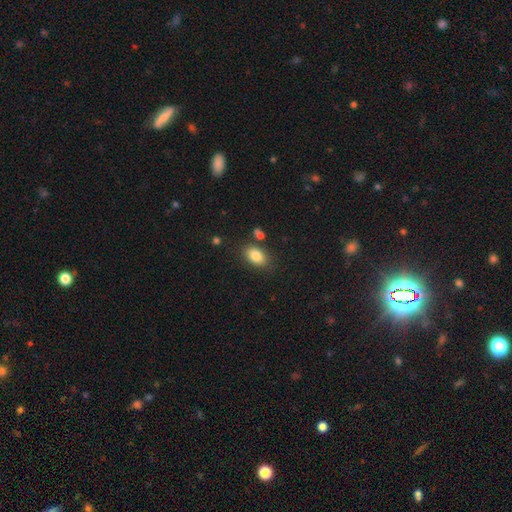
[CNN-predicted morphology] Q: Smooth or featured?
A: smooth (84%); runner-up: star or artifact (8%)
Q: How rounded?
A: in between (88%); runner-up: round (11%)
Q: Merging?
A: none (77%); runner-up: minor disturbance (12%)